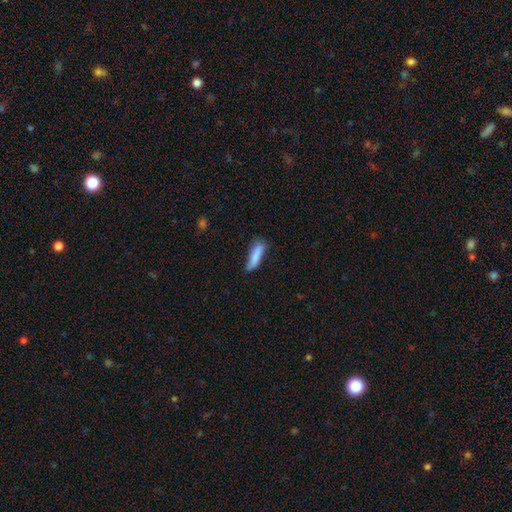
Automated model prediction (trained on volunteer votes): A smooth galaxy with no disk features (83%) that is cigar-shaped (79%). Merging: none (68%).